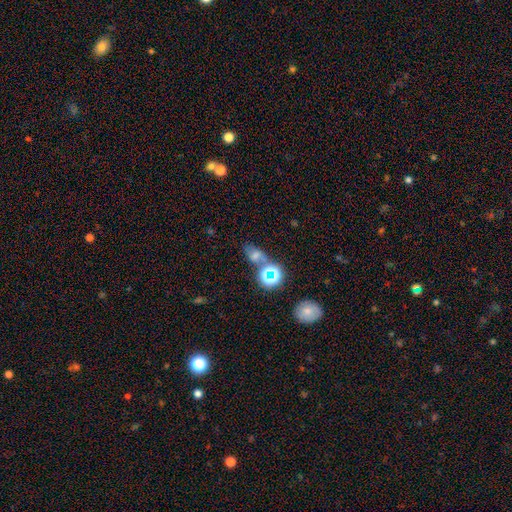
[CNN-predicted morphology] smooth-or-featured: smooth: 43% | star or artifact: 40% | featured or disk: 17%
  merging: none: 49% | merger: 29% | minor disturbance: 13% | major disturbance: 9%